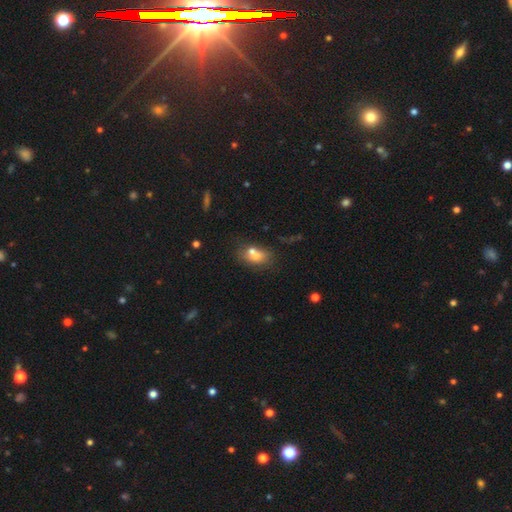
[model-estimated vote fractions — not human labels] smooth 67%, featured or disk 21%, star or artifact 12%. Down the decision tree: how rounded — in between (74%); merging — merger (40%).